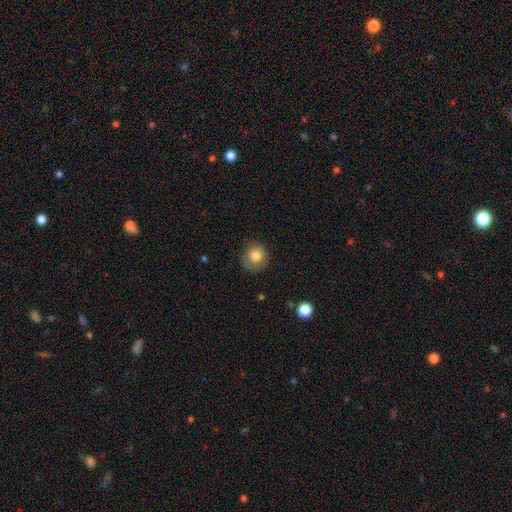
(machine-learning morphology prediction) Q: Smooth or featured?
A: smooth (80%); runner-up: featured or disk (11%)
Q: How rounded?
A: round (86%); runner-up: in between (13%)
Q: Merging?
A: none (74%); runner-up: minor disturbance (19%)